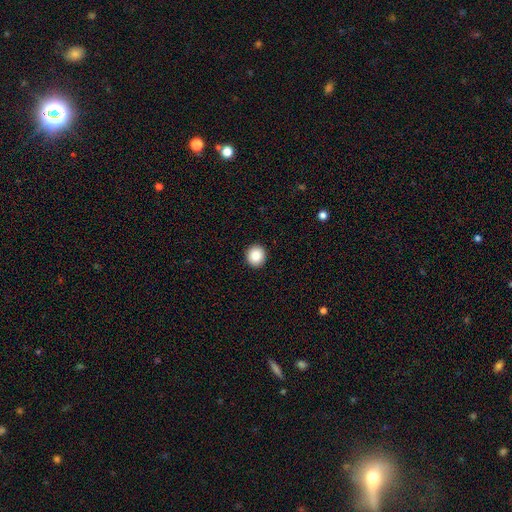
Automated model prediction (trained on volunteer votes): Q: Smooth or featured?
A: smooth (87%); runner-up: star or artifact (9%)
Q: How rounded?
A: round (90%); runner-up: in between (9%)
Q: Merging?
A: none (93%); runner-up: minor disturbance (5%)